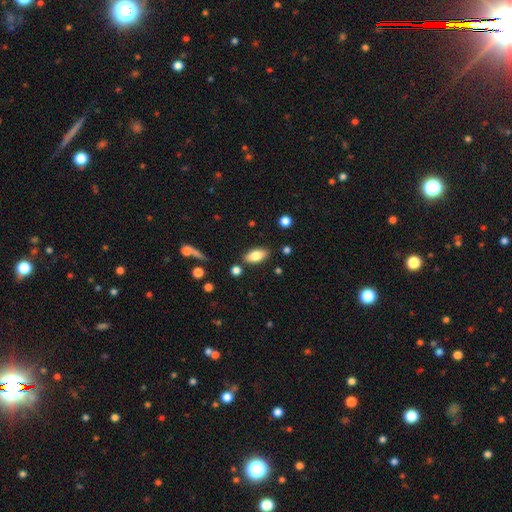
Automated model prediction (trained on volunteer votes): Q: Smooth or featured?
A: smooth (80%); runner-up: featured or disk (12%)
Q: How rounded?
A: in between (89%); runner-up: cigar-shaped (8%)
Q: Merging?
A: none (83%); runner-up: minor disturbance (11%)